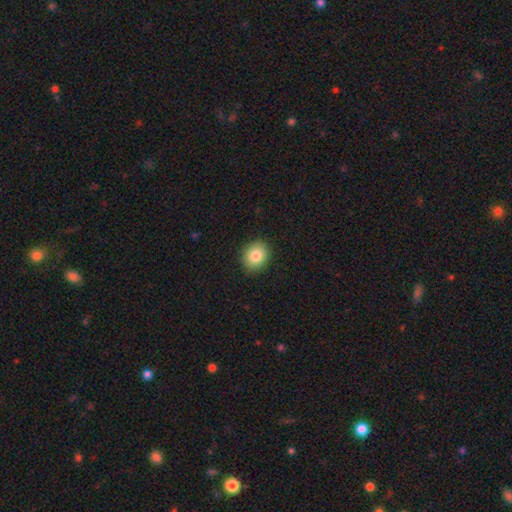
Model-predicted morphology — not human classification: Smooth or featured? Predicted: smooth (p=0.85). How rounded? Predicted: round (p=0.61). Merging? Predicted: none (p=0.90).